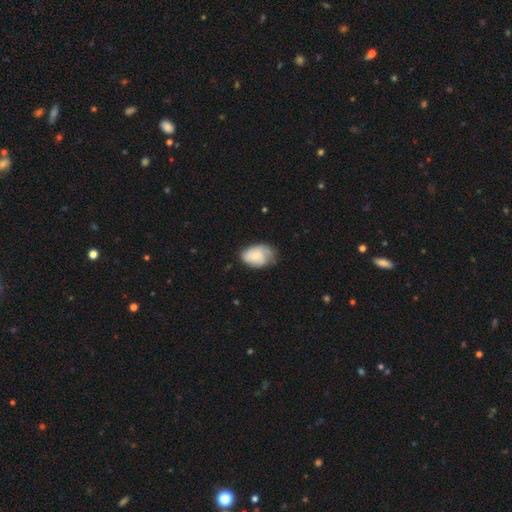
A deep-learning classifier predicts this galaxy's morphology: smooth-or-featured: smooth: 48% | featured or disk: 46% | star or artifact: 7%
  merging: none: 53% | minor disturbance: 32% | major disturbance: 13% | merger: 2%